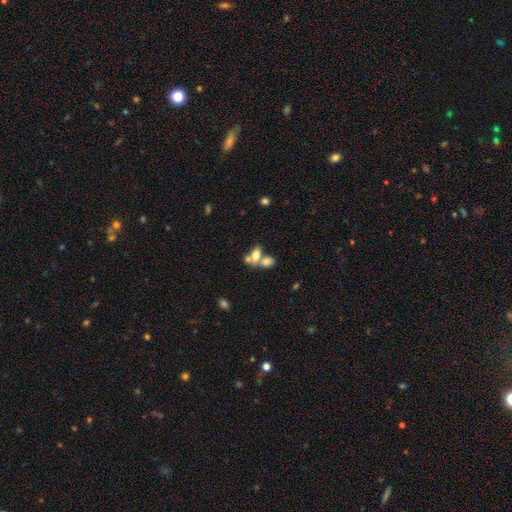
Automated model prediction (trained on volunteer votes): Q: Smooth or featured?
A: smooth (70%); runner-up: featured or disk (20%)
Q: How rounded?
A: in between (82%); runner-up: round (13%)
Q: Merging?
A: merger (60%); runner-up: none (26%)